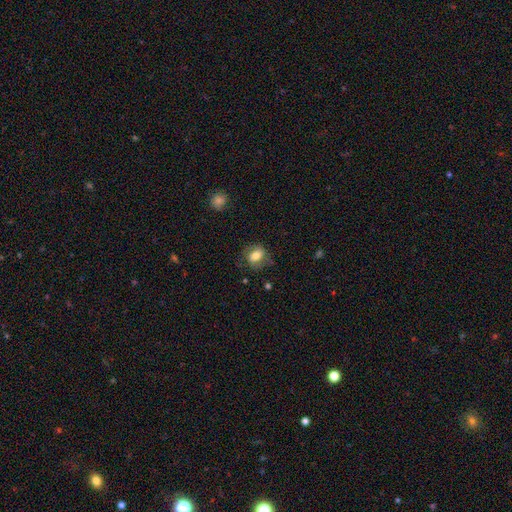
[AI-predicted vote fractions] smooth_or_featured: smooth (p=0.65) [alt: featured or disk p=0.26]
how_rounded: in between (p=0.58) [alt: round p=0.40]
merging: none (p=0.69) [alt: minor disturbance p=0.20]